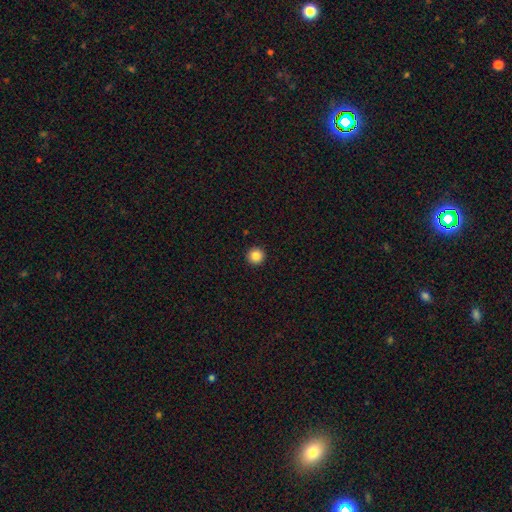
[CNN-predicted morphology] Overall: smooth (85%). How rounded: round (97%). Merging: none (94%).